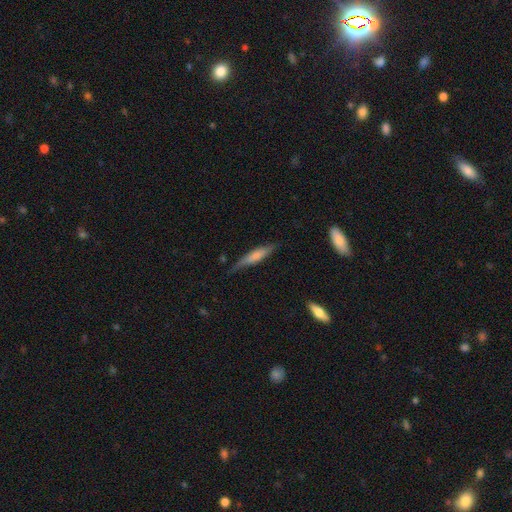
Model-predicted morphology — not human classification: A smooth galaxy with no disk features (61%) that is cigar-shaped (84%).

Vote fractions:
- Smooth or featured? smooth: 61% / featured or disk: 33% / star or artifact: 6%
- How rounded? cigar-shaped: 84% / in between: 14% / round: 2%
- Merging? none: 70% / minor disturbance: 23% / major disturbance: 5% / merger: 2%